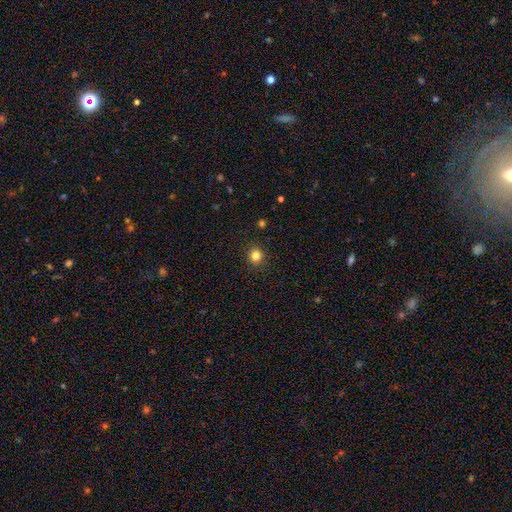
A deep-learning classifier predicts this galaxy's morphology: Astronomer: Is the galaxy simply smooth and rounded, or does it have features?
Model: smooth — 83%.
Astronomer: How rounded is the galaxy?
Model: round — 88%.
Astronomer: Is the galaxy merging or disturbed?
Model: none — 91%.